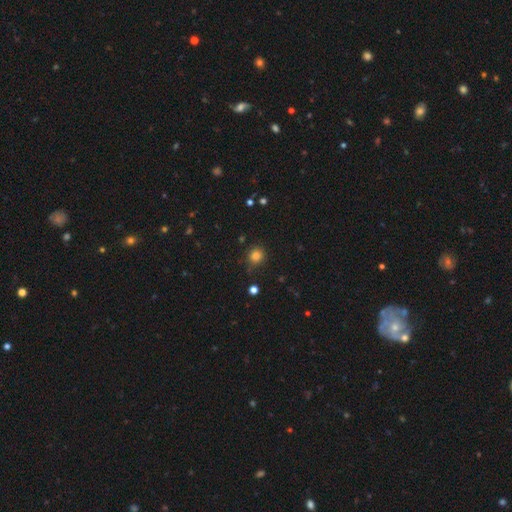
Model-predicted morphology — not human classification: This is clearly a smooth galaxy (82%). How rounded: clearly round (89%). Merging: clearly none (82%).